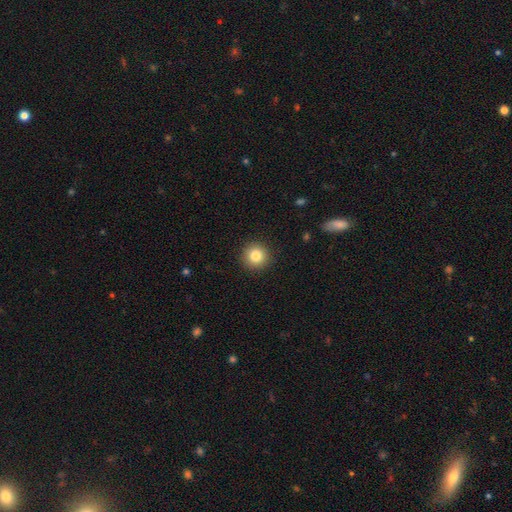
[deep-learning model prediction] Overall: smooth (83%). How rounded: round (94%). Merging: none (92%).